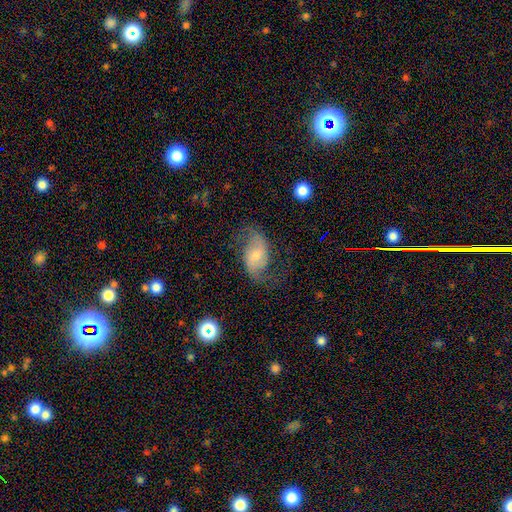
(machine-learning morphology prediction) type=featured or disk (71%); edge-on=no (96%); bar=no (45%); spiral arms=yes (92%); winding=loose (63%); arm count=2 (90%); bulge=moderate (45%); merging=none (64%).